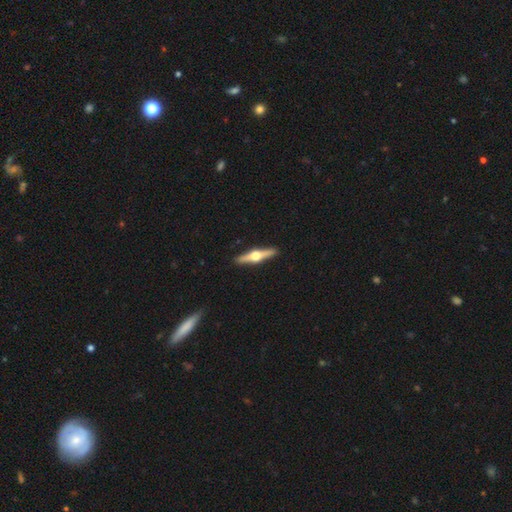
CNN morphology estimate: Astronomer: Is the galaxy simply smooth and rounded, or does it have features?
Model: featured or disk — 77%.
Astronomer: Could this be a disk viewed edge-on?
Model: yes — 98%.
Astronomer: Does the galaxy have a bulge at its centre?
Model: rounded — 97%.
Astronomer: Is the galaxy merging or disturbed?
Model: none — 92%.